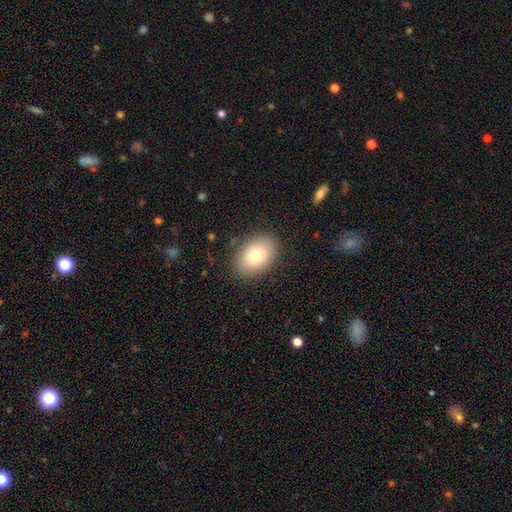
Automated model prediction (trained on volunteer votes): Smooth or featured?
  - smooth: 78% *
  - featured or disk: 14%
  - star or artifact: 8%
How rounded?
  - in between: 82% *
  - round: 17%
  - cigar-shaped: 1%
Merging?
  - none: 86% *
  - minor disturbance: 10%
  - major disturbance: 3%
  - merger: 1%